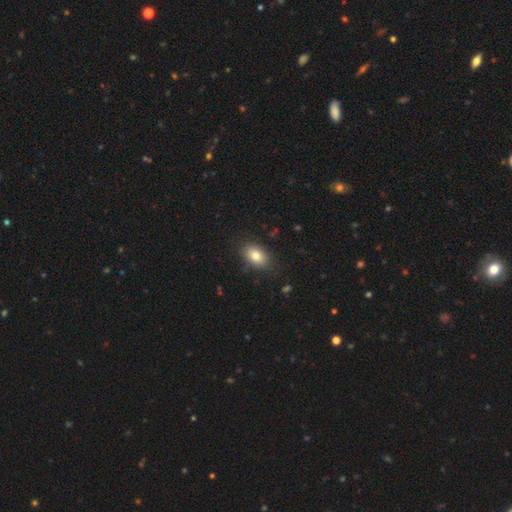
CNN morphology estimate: Q: Smooth or featured?
A: smooth (81%); runner-up: featured or disk (10%)
Q: How rounded?
A: in between (86%); runner-up: round (12%)
Q: Merging?
A: none (83%); runner-up: minor disturbance (13%)